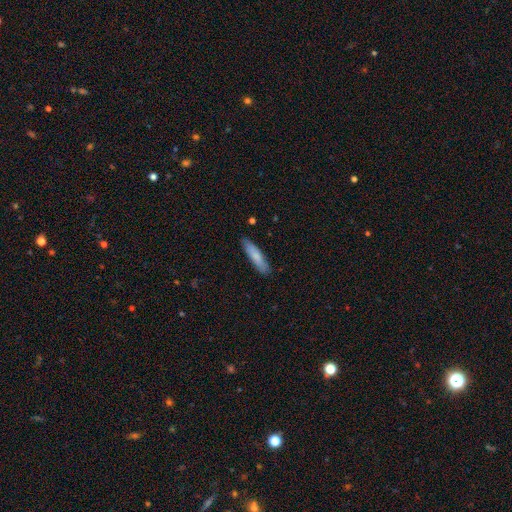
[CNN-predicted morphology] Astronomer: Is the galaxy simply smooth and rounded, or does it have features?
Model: smooth — 78%.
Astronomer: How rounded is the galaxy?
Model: cigar-shaped — 78%.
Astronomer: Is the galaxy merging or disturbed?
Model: none — 86%.